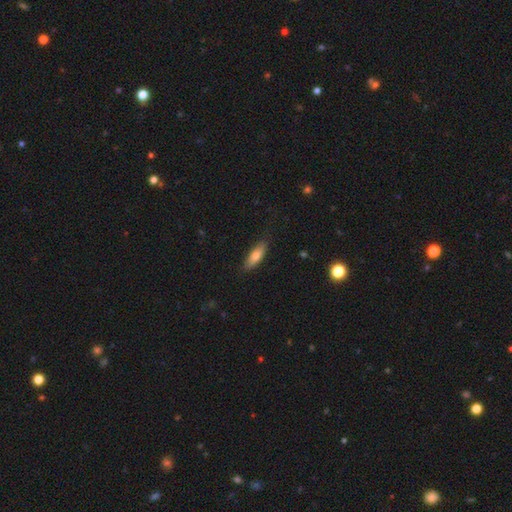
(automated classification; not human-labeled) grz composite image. It shows a smooth galaxy with no disk features (73%) that is in between round and cigar-shaped (59%). Merging: none (83%).